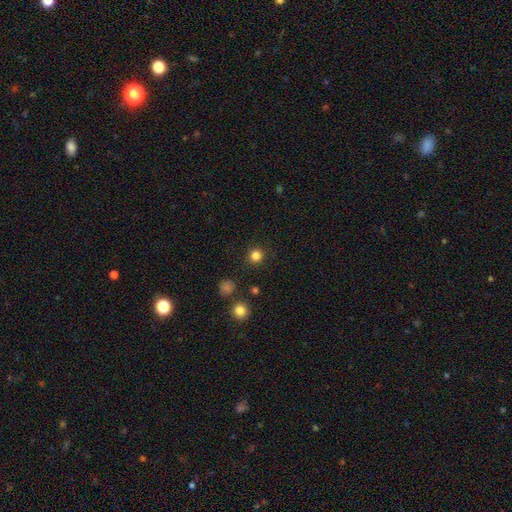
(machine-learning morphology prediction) This appears to be a smooth galaxy with no disk features (83%) that is round (94%). Merging: none (91%).